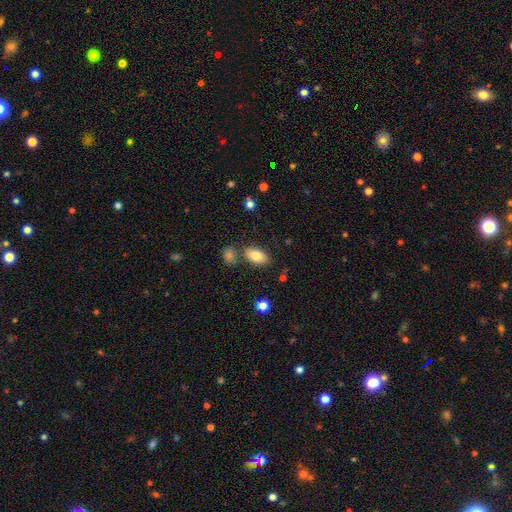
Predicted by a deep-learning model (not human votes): This is likely a smooth galaxy (80%). How rounded: clearly in between (92%). Merging: likely none (74%).